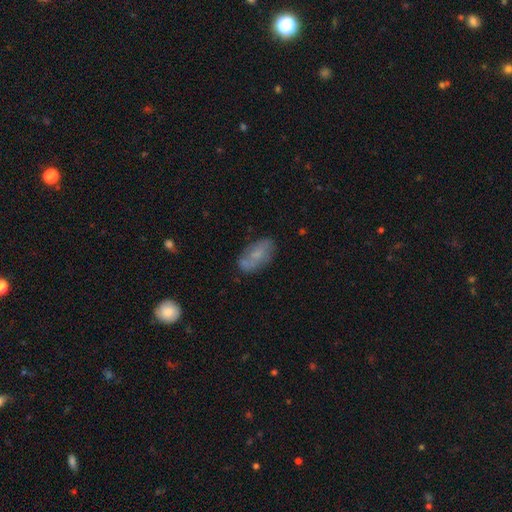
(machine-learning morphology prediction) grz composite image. It shows a smooth galaxy with no disk features (58%) that is in between round and cigar-shaped (89%). Merging: none (70%).